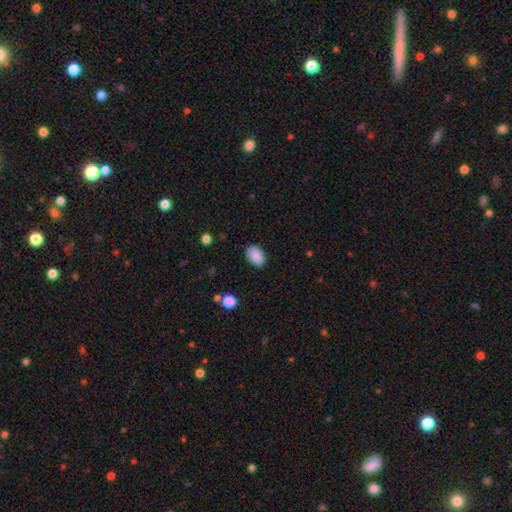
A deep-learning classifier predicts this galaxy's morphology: type=smooth (89%); roundness=in between (87%); merging=none (86%).